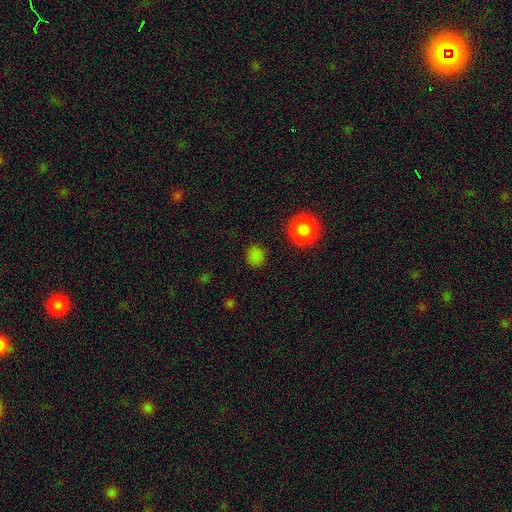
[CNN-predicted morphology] Smooth or featured? Predicted: smooth (p=0.82). How rounded? Predicted: round (p=0.84). Merging? Predicted: none (p=0.88).